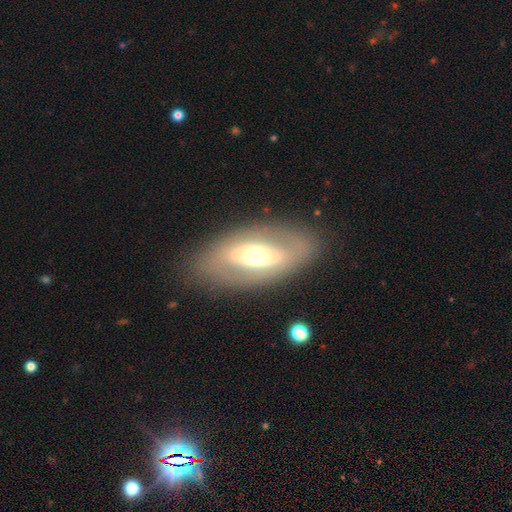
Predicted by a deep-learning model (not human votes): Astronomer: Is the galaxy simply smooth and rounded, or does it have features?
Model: featured or disk — 60%.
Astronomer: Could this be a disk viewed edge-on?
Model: no — 84%.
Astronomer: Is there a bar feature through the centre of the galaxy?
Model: strong — 42% (runner-up: weak, 30%).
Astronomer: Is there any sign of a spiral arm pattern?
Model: no — 73%.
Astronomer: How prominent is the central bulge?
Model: moderate — 62%.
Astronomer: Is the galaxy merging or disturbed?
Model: none — 82%.